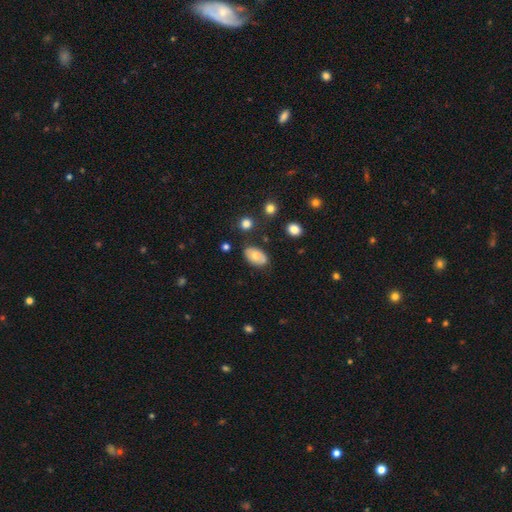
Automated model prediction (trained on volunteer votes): Smooth or featured: smooth — 62% (featured or disk — 30%)
How rounded: in between — 89% (round — 10%)
Merging: none — 76% (minor disturbance — 16%)